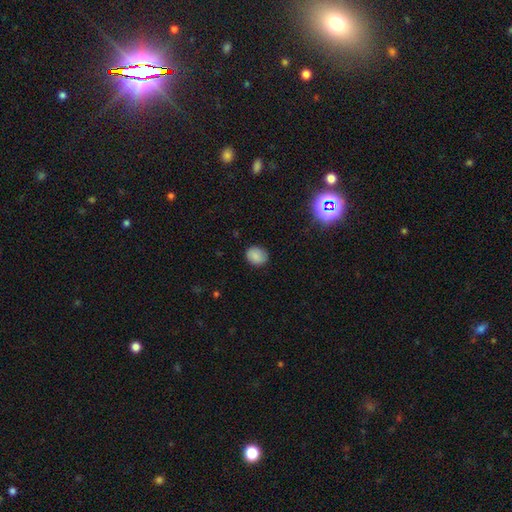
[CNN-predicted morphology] Q: Smooth or featured?
A: smooth (85%); runner-up: star or artifact (10%)
Q: How rounded?
A: round (63%); runner-up: in between (36%)
Q: Merging?
A: none (87%); runner-up: minor disturbance (10%)